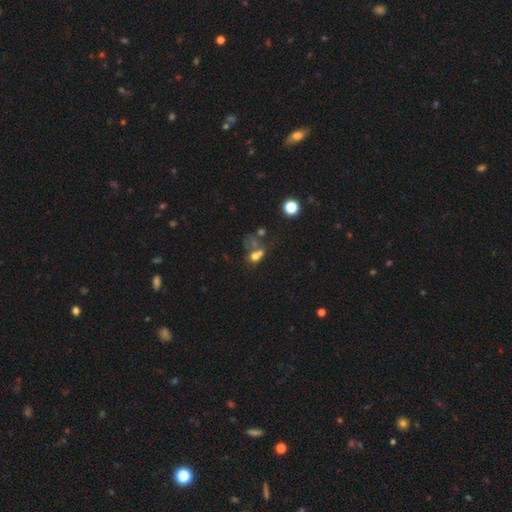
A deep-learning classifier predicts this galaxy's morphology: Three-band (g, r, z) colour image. It shows a smooth galaxy with no disk features (54%) that is round (52%). Merging: merger (49%).